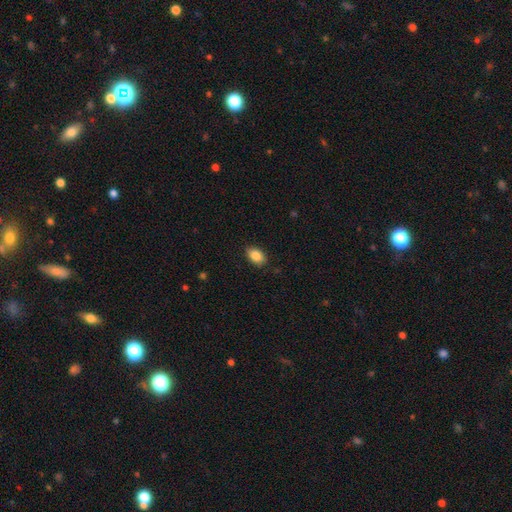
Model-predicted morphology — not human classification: Smooth or featured?
  - smooth: 87% *
  - star or artifact: 8%
  - featured or disk: 5%
How rounded?
  - in between: 87% *
  - round: 11%
  - cigar-shaped: 1%
Merging?
  - none: 86% *
  - minor disturbance: 11%
  - major disturbance: 2%
  - merger: 1%